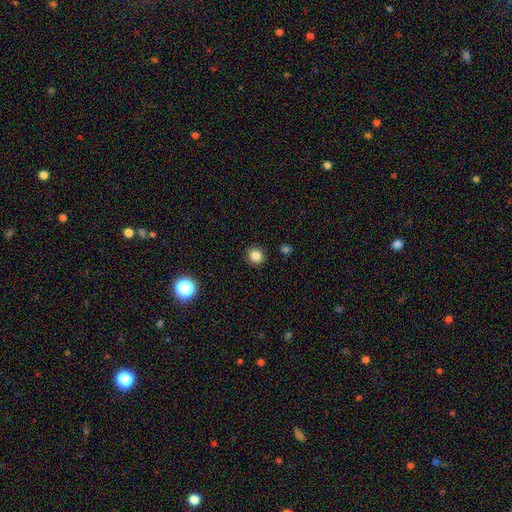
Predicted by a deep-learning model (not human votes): This appears to be a smooth galaxy with no disk features (84%) that is round (85%). Merging: none (90%).